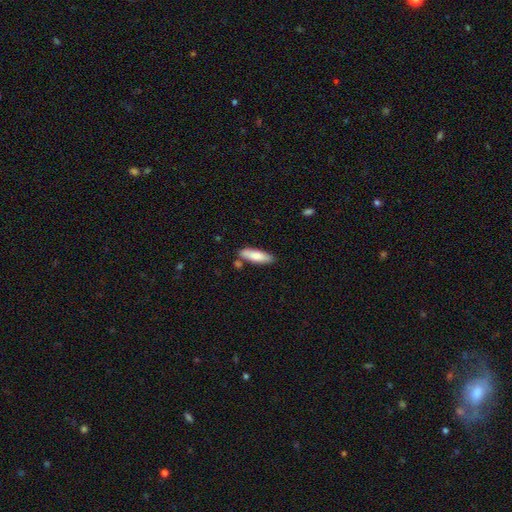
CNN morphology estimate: type=smooth (81%); roundness=cigar-shaped (53%); merging=none (75%).